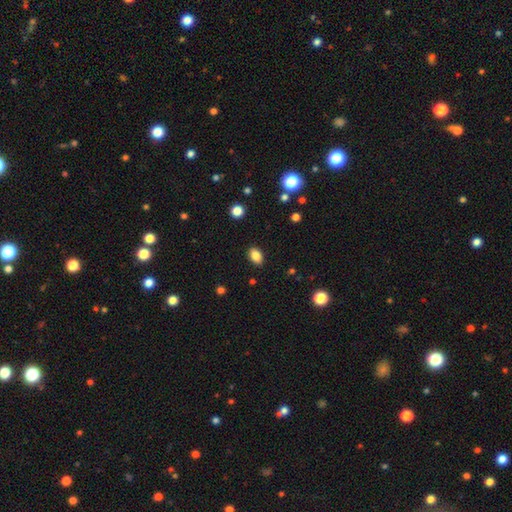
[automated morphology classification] Smooth or featured? smooth (85%)
How rounded? in between (86%)
Merging? none (89%)